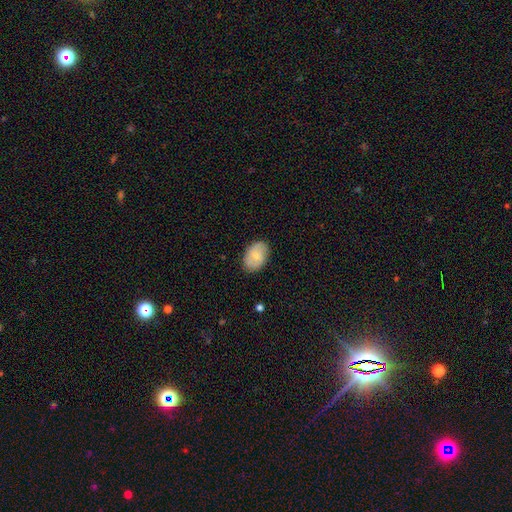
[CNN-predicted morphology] Smooth or featured: smooth — 70% (featured or disk — 24%)
How rounded: in between — 87% (round — 12%)
Merging: none — 84% (minor disturbance — 13%)